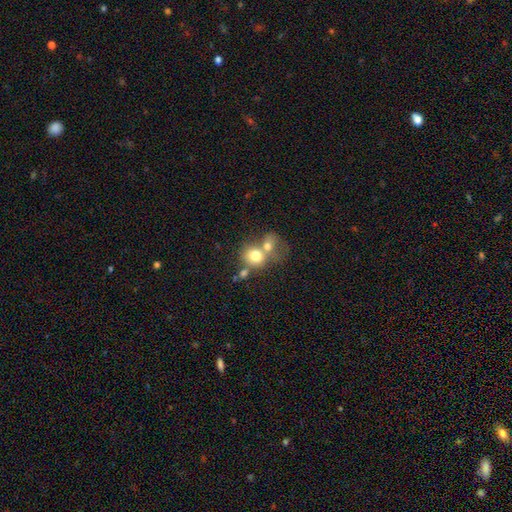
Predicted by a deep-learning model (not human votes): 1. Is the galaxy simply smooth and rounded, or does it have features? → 73% smooth, 17% featured or disk, 11% star or artifact.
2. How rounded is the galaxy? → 70% round, 29% in between, 1% cigar-shaped.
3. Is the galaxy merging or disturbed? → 60% merger, 26% none, 8% minor disturbance, 6% major disturbance.